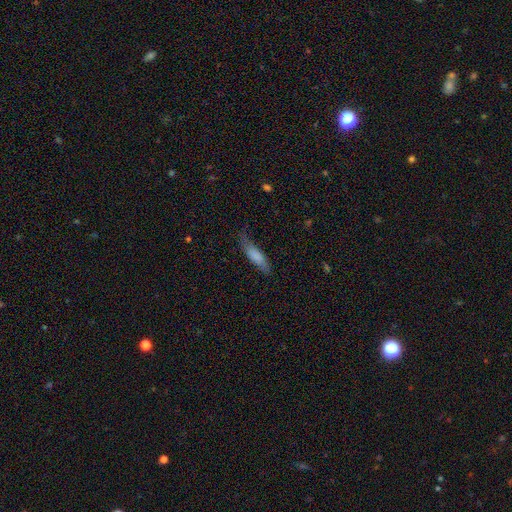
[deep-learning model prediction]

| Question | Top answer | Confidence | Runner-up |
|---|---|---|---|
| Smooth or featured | smooth | 78% | featured or disk (16%) |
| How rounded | cigar-shaped | 59% | in between (39%) |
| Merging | none | 59% | minor disturbance (30%) |